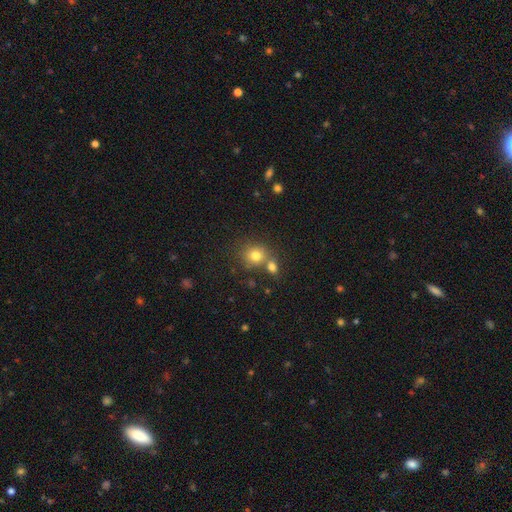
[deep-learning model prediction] Smooth or featured?
  - smooth: 78% *
  - star or artifact: 13%
  - featured or disk: 9%
How rounded?
  - round: 79% *
  - in between: 20%
  - cigar-shaped: 1%
Merging?
  - none: 54% *
  - merger: 33%
  - minor disturbance: 9%
  - major disturbance: 4%